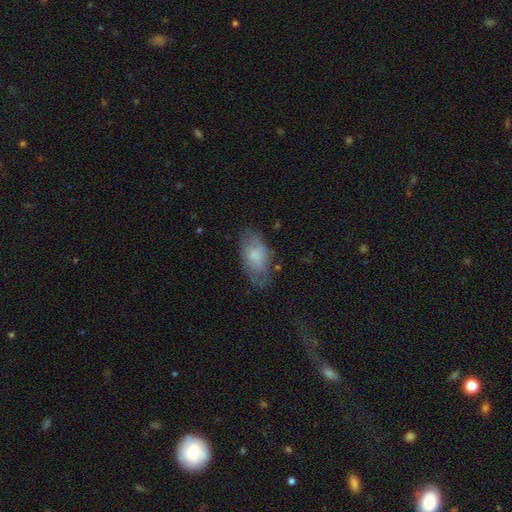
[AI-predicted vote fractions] smooth-or-featured: smooth: 66% | featured or disk: 27% | star or artifact: 7%
  how-rounded: in between: 93% | round: 4% | cigar-shaped: 3%
  merging: none: 62% | minor disturbance: 26% | major disturbance: 10% | merger: 2%